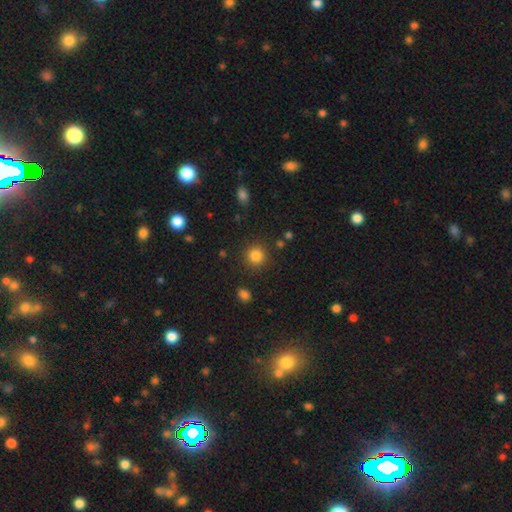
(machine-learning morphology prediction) smooth_or_featured: smooth (p=0.83) [alt: star or artifact p=0.12]
how_rounded: round (p=0.92) [alt: in between p=0.07]
merging: none (p=0.87) [alt: minor disturbance p=0.07]